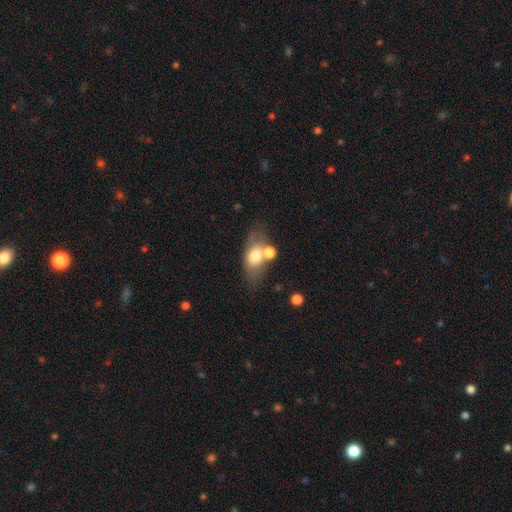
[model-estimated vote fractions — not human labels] This appears to be a smooth galaxy with no disk features (68%) that is in between round and cigar-shaped (80%). Merging: none (47%).